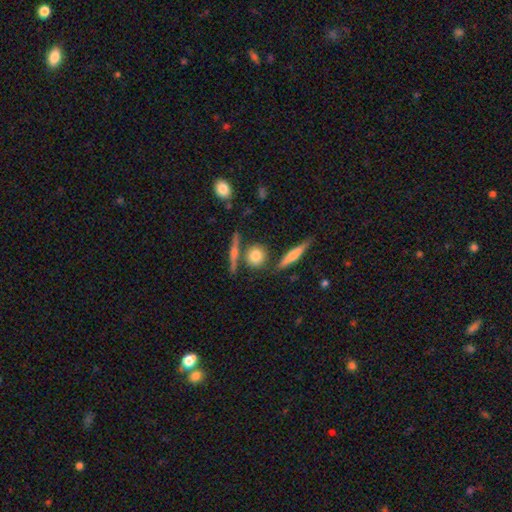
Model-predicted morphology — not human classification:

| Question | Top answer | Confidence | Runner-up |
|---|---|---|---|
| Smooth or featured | smooth | 73% | featured or disk (19%) |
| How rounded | round | 72% | in between (15%) |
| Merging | none | 74% | merger (12%) |